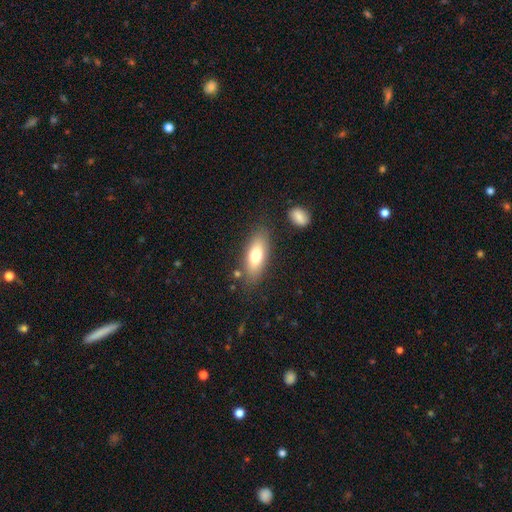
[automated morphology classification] Q: Smooth or featured?
A: smooth (71%); runner-up: featured or disk (21%)
Q: How rounded?
A: in between (73%); runner-up: cigar-shaped (24%)
Q: Merging?
A: none (80%); runner-up: minor disturbance (13%)